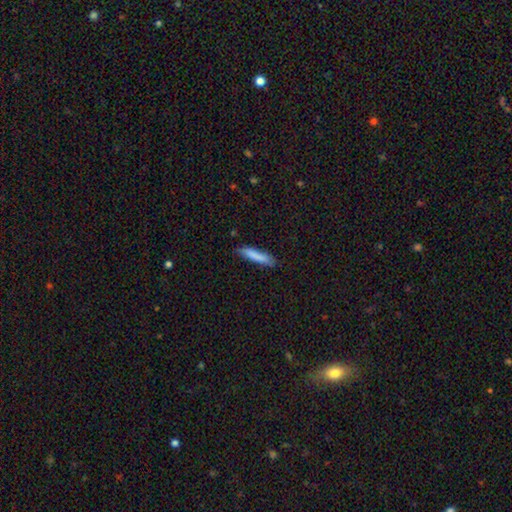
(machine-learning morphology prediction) Smooth or featured? smooth (82%)
How rounded? cigar-shaped (86%)
Merging? none (78%)